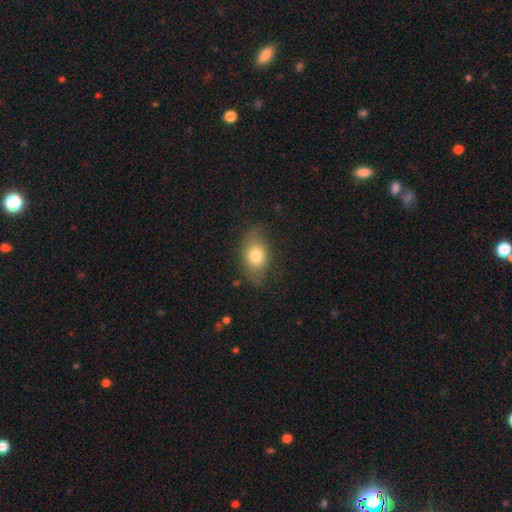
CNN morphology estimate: The model was most divided on "merging": none: 71%, minor disturbance: 21%, major disturbance: 7%, merger: 1%. More confident: how rounded — in between (78%); smooth or featured — smooth (74%).